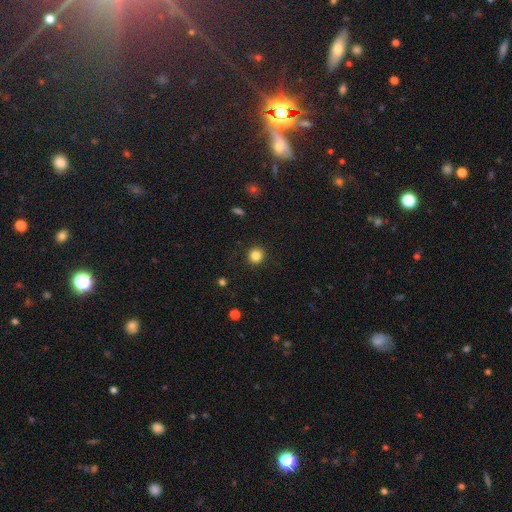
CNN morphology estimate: Smooth or featured?
  - smooth: 84% *
  - star or artifact: 11%
  - featured or disk: 4%
How rounded?
  - round: 91% *
  - in between: 8%
  - cigar-shaped: 1%
Merging?
  - none: 91% *
  - minor disturbance: 6%
  - major disturbance: 2%
  - merger: 1%